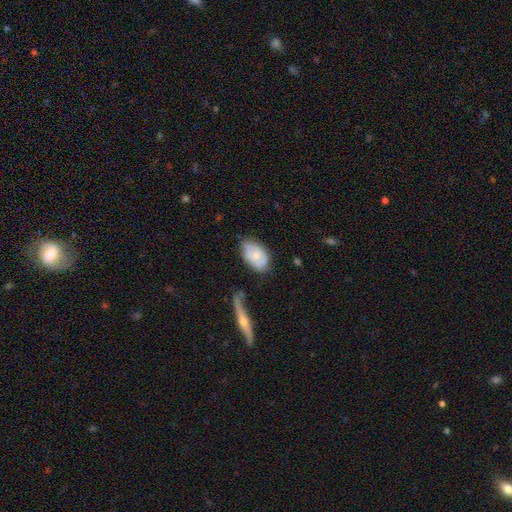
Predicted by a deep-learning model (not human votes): Smooth or featured? smooth (57%)
How rounded? in between (90%)
Merging? none (59%)